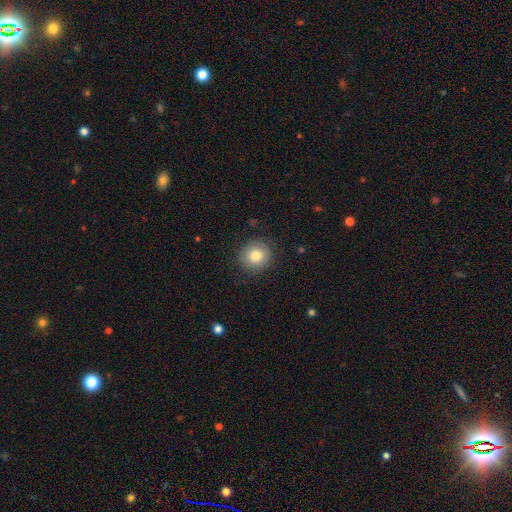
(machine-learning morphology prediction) Smooth or featured? smooth (81%)
How rounded? round (89%)
Merging? none (87%)